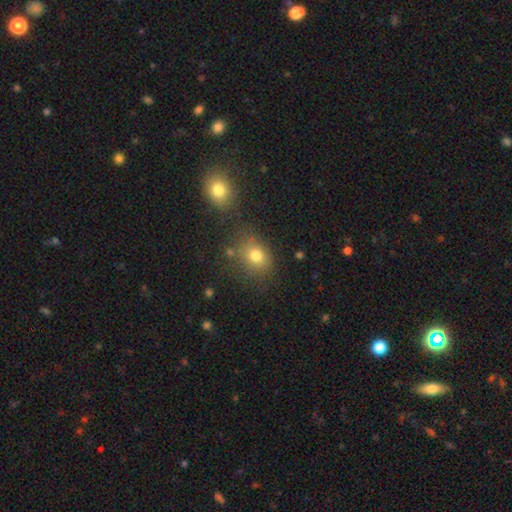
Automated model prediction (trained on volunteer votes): Smooth or featured: smooth — 77% (star or artifact — 14%)
How rounded: round — 57% (in between — 42%)
Merging: none — 70% (minor disturbance — 15%)